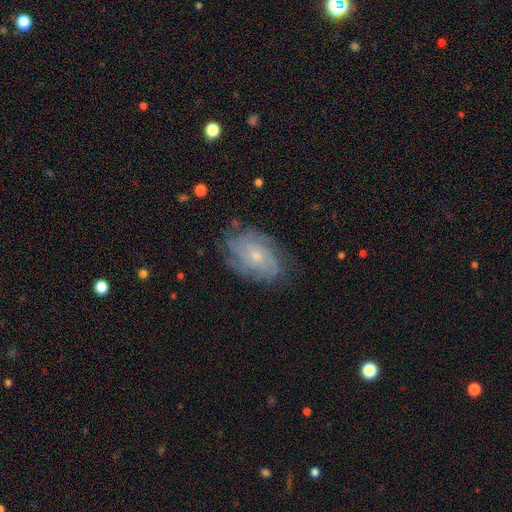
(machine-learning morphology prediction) Smooth or featured?
  - featured or disk: 75% *
  - smooth: 17%
  - star or artifact: 8%
Edge-on disk?
  - no: 96% *
  - yes: 4%
Bar?
  - no: 72% *
  - weak: 25%
  - strong: 3%
Spiral arms?
  - yes: 93% *
  - no: 7%
Spiral winding?
  - tight: 61% *
  - medium: 30%
  - loose: 9%
Spiral arm count?
  - can't tell: 44% *
  - 4: 16%
  - 3: 14%
  - 2: 13%
  - more than 4: 7%
  - 1: 5%
Bulge size?
  - small: 64% *
  - moderate: 30%
  - none: 4%
  - large: 2%
  - dominant: 1%
Merging?
  - none: 76% *
  - minor disturbance: 17%
  - major disturbance: 6%
  - merger: 1%